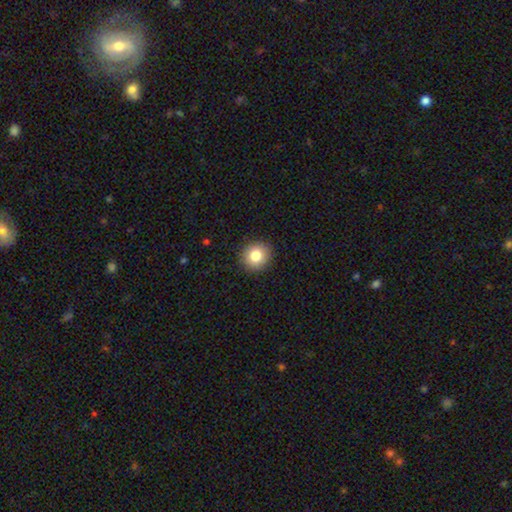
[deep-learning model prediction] The model was most divided on "how rounded": round: 85%, in between: 14%, cigar-shaped: 1%. More confident: merging — none (91%); smooth or featured — smooth (82%).